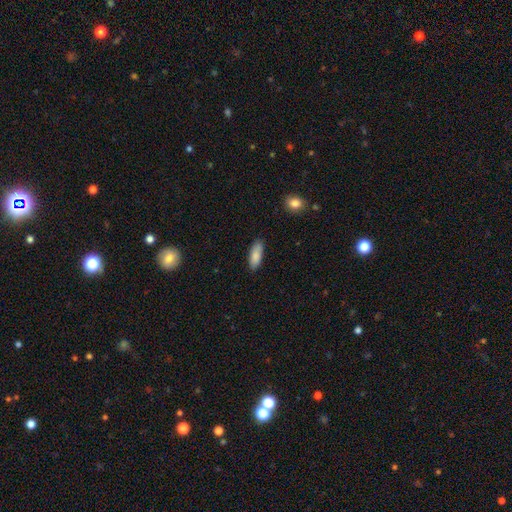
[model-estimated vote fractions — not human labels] This appears to be a smooth galaxy with no disk features (87%) that is in between round and cigar-shaped (69%). Merging: none (85%).